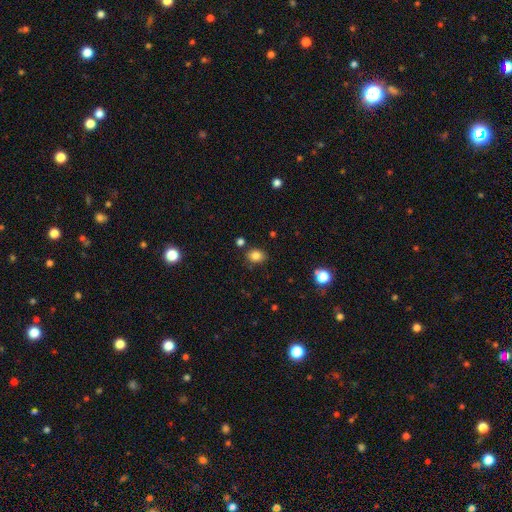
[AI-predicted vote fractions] Q: Smooth or featured?
A: smooth (82%); runner-up: star or artifact (12%)
Q: How rounded?
A: in between (58%); runner-up: round (41%)
Q: Merging?
A: none (81%); runner-up: minor disturbance (12%)